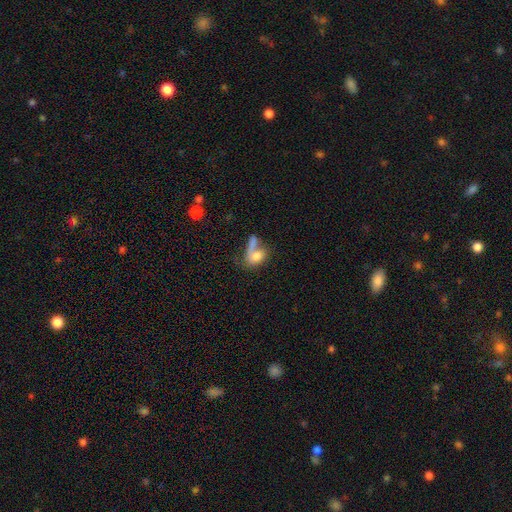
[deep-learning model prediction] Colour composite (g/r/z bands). It shows a smooth galaxy with no disk features (68%) that is in between round and cigar-shaped (72%). Merging: merger (46%).